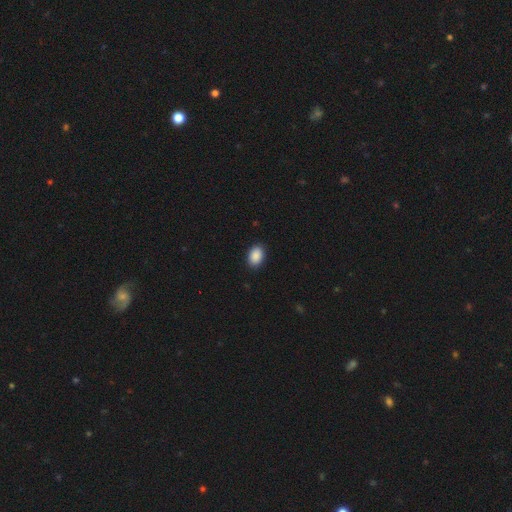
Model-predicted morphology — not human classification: Smooth or featured?
  - smooth: 90% *
  - star or artifact: 7%
  - featured or disk: 3%
How rounded?
  - in between: 84% *
  - round: 15%
  - cigar-shaped: 1%
Merging?
  - none: 90% *
  - minor disturbance: 8%
  - major disturbance: 2%
  - merger: 1%